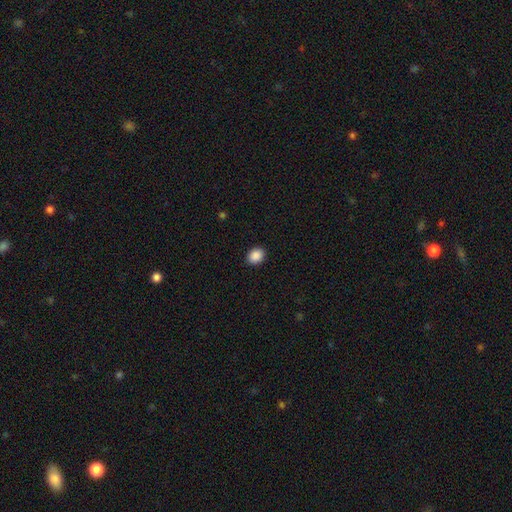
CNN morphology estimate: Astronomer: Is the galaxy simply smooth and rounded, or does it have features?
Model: smooth — 89%.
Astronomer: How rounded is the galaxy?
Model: in between — 52% (runner-up: round, 48%).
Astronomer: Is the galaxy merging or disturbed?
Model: none — 91%.